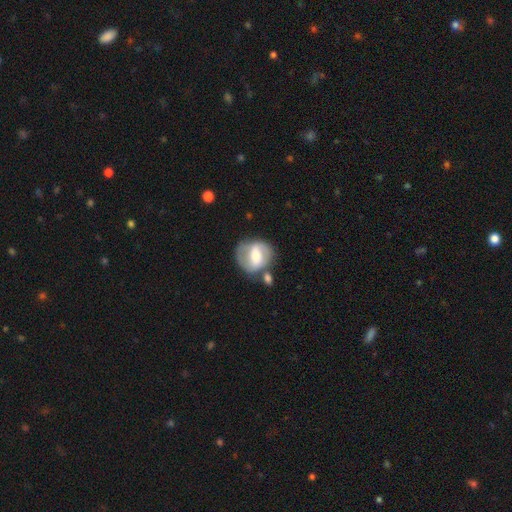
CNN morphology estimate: Smooth or featured?
  - featured or disk: 59% *
  - smooth: 35%
  - star or artifact: 6%
Edge-on disk?
  - no: 96% *
  - yes: 4%
Bar?
  - strong: 44% *
  - weak: 39%
  - no: 18%
Spiral arms?
  - yes: 65% *
  - no: 35%
Bulge size?
  - moderate: 54% *
  - small: 22%
  - large: 18%
  - none: 3%
  - dominant: 3%
Merging?
  - none: 59% *
  - minor disturbance: 18%
  - merger: 15%
  - major disturbance: 9%